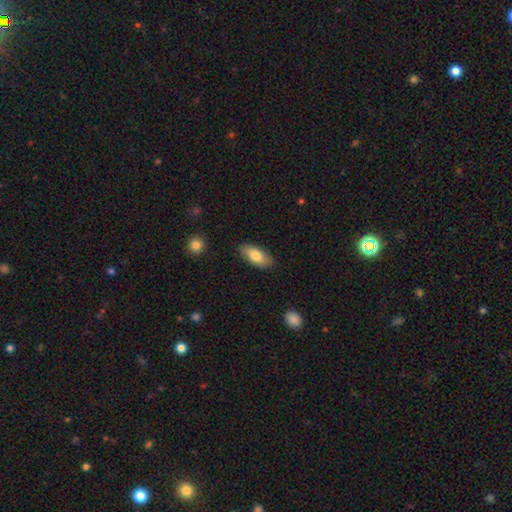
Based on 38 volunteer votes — Morphology: type=smooth (71%); roundness=in between (93%); merging=none (84%).